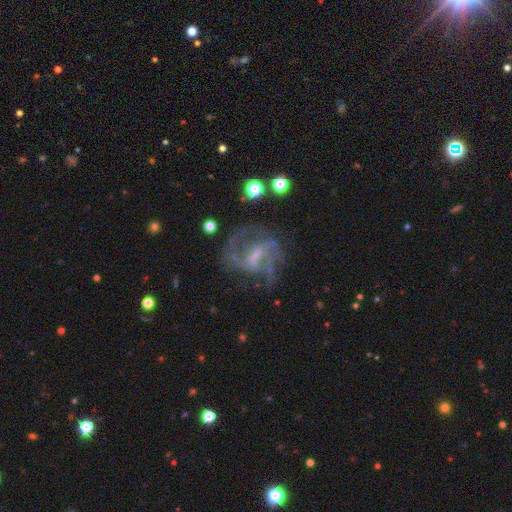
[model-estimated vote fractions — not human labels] The model was most divided on "bulge size": small: 45%, none: 28%, moderate: 24%, large: 3%, dominant: 1%. Remaining: edge-on disk — no (97%); spiral arms — yes (87%); smooth or featured — featured or disk (80%); merging — none (60%); bar — weak (54%); spiral winding — medium (51%); spiral arm count — 2 (47%).